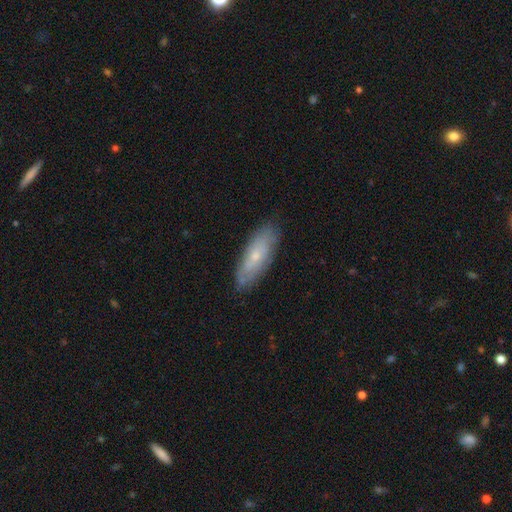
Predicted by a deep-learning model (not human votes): smooth_or_featured: smooth (p=0.49) [alt: featured or disk p=0.44]
merging: none (p=0.81) [alt: minor disturbance p=0.15]